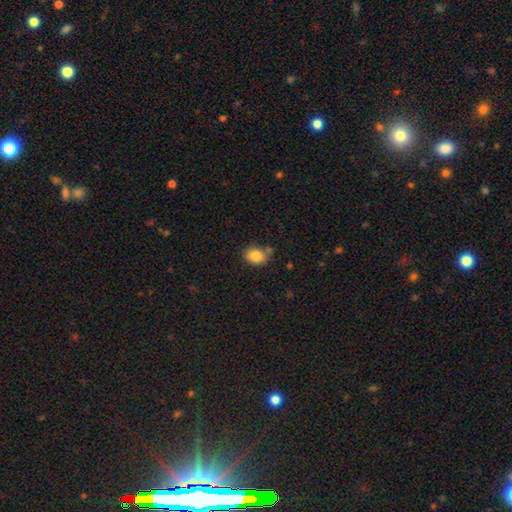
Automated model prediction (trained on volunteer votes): smooth-or-featured: smooth: 85% | star or artifact: 8% | featured or disk: 7%
  how-rounded: in between: 72% | round: 27% | cigar-shaped: 1%
  merging: none: 66% | minor disturbance: 20% | merger: 9% | major disturbance: 5%